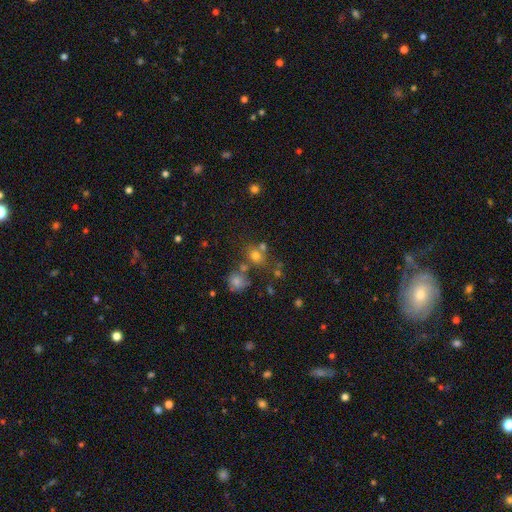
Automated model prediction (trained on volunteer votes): smooth 66%, star or artifact 22%, featured or disk 12%. Down the decision tree: how rounded — round (77%); merging — none (59%).